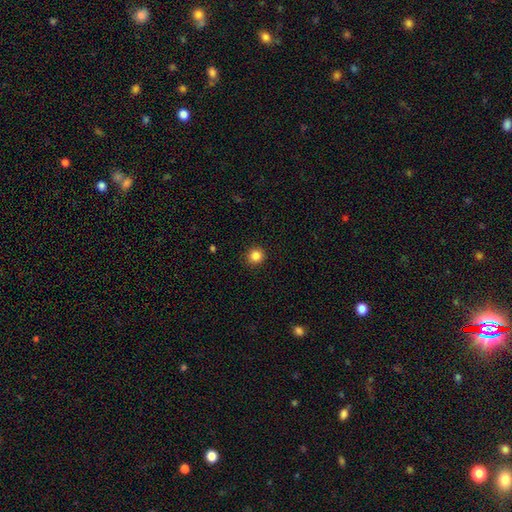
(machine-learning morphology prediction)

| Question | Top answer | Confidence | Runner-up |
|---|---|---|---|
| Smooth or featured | smooth | 85% | star or artifact (11%) |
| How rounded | round | 91% | in between (8%) |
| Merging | none | 91% | minor disturbance (6%) |